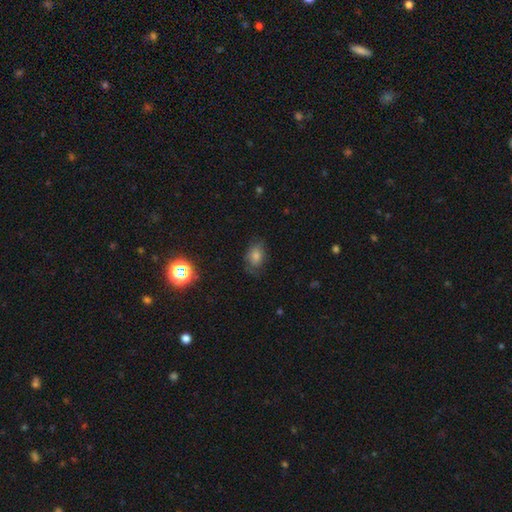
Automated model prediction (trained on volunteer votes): Smooth or featured?
  - smooth: 64% *
  - star or artifact: 22%
  - featured or disk: 14%
How rounded?
  - in between: 73% *
  - round: 25%
  - cigar-shaped: 2%
Merging?
  - none: 73% *
  - minor disturbance: 19%
  - major disturbance: 7%
  - merger: 1%